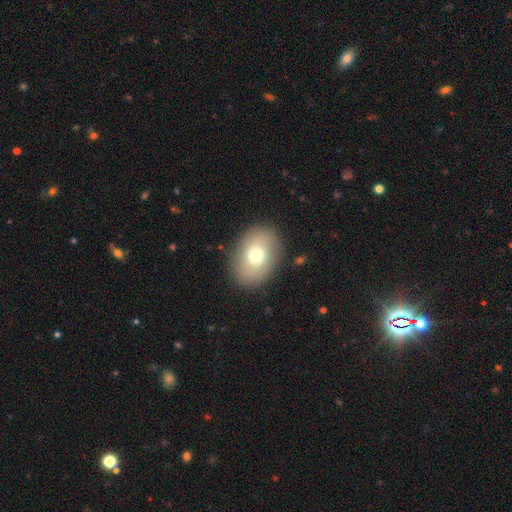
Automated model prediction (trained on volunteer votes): Smooth or featured? Predicted: smooth (p=0.72). How rounded? Predicted: in between (p=0.78). Merging? Predicted: none (p=0.87).